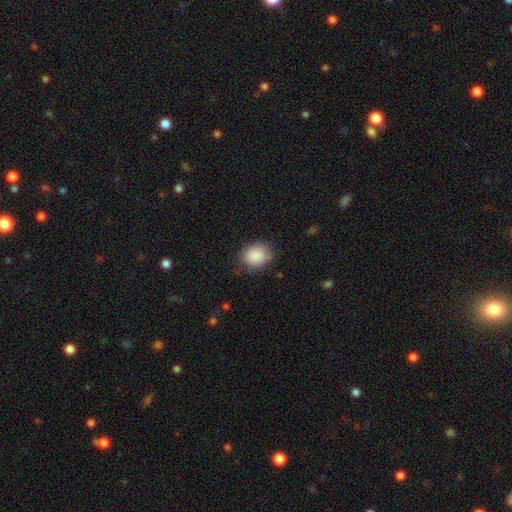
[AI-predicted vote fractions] This appears to be a smooth galaxy with no disk features (88%) that is round (62%). Merging: none (78%).